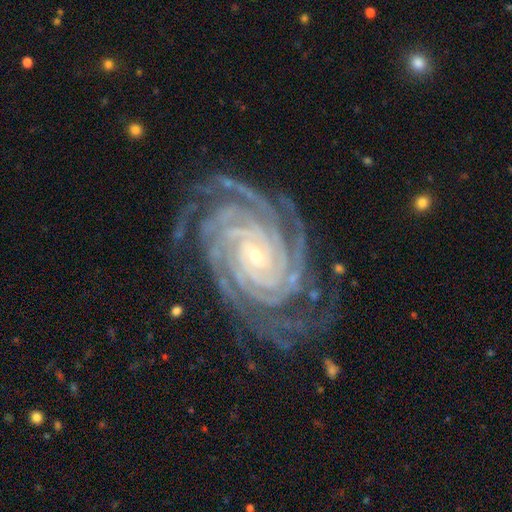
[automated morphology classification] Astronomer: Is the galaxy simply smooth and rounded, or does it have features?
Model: featured or disk — 94%.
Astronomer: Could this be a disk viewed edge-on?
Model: no — 98%.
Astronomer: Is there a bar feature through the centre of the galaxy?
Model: no — 60%.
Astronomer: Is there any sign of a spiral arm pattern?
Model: yes — 99%.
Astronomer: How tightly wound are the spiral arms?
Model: tight — 87%.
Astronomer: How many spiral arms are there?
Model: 4 — 34% (runner-up: more than 4, 24%).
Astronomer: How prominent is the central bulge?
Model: small — 83%.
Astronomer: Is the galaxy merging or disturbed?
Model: none — 77%.